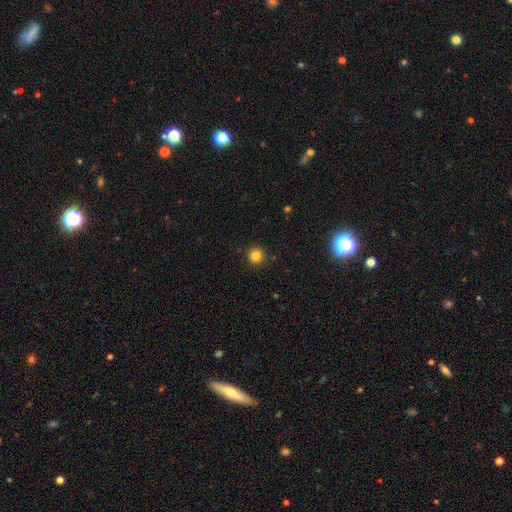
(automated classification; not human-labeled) Smooth or featured? smooth (83%)
How rounded? round (95%)
Merging? none (92%)